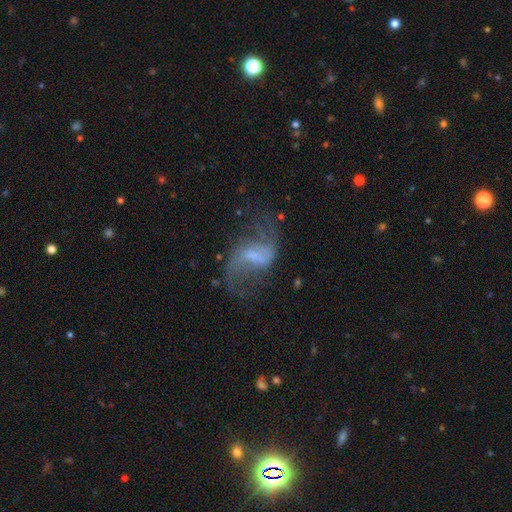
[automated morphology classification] A featured or disk galaxy (81%) with a weak bar (53%), 2 (85%) loose (73%) spiral arms (91%) and no central bulge (35%).

Vote fractions:
- Smooth or featured? featured or disk: 81% / smooth: 10% / star or artifact: 8%
- Edge-on disk? no: 97% / yes: 3%
- Bar? weak: 53% / strong: 28% / no: 19%
- Spiral arms? yes: 91% / no: 9%
- Spiral winding? loose: 73% / medium: 23% / tight: 4%
- Spiral arm count? 2: 85% / 1: 5% / can't tell: 5% / 3: 2% / 4: 1% / more than 4: 1%
- Bulge size? none: 35% / small: 31% / moderate: 25% / large: 8% / dominant: 2%
- Merging? none: 53% / major disturbance: 27% / minor disturbance: 16% / merger: 4%